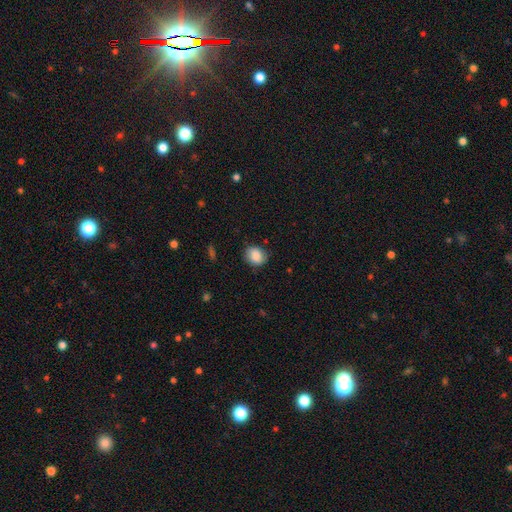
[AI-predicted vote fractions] Smooth or featured?
  - smooth: 83% *
  - featured or disk: 9%
  - star or artifact: 8%
How rounded?
  - round: 62% *
  - in between: 37%
  - cigar-shaped: 1%
Merging?
  - none: 75% *
  - minor disturbance: 19%
  - major disturbance: 4%
  - merger: 1%